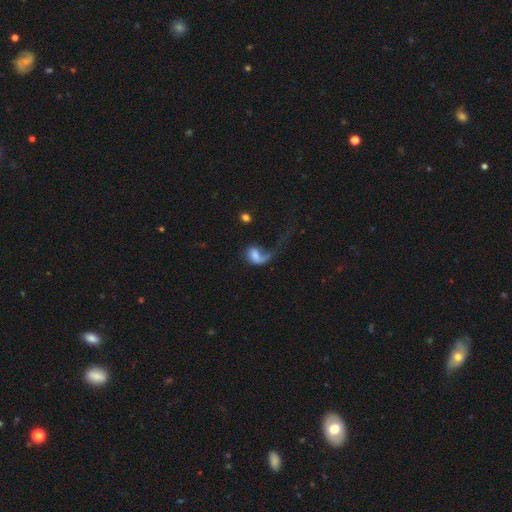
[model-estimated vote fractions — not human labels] smooth 50%, featured or disk 41%, star or artifact 9%. Down the decision tree: how rounded — in between (67%); merging — major disturbance (60%).